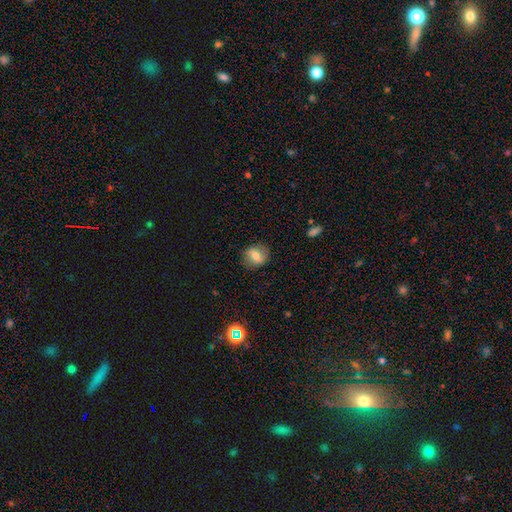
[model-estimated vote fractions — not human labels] smooth 66%, featured or disk 25%, star or artifact 9%. Down the decision tree: how rounded — round (64%); merging — none (81%).